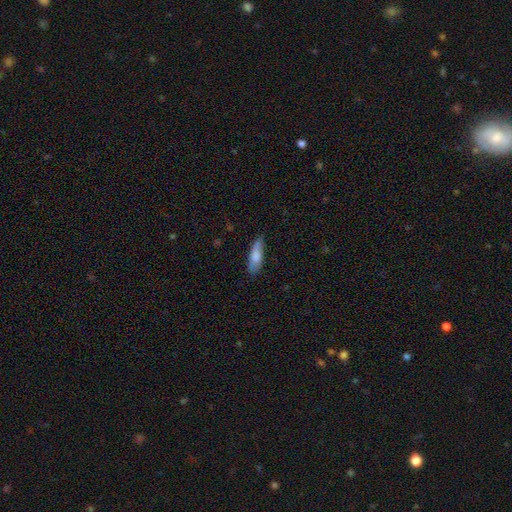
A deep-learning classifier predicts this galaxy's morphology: smooth_or_featured: smooth (p=0.78) [alt: featured or disk p=0.16]
how_rounded: cigar-shaped (p=0.51) [alt: in between p=0.47]
merging: none (p=0.76) [alt: minor disturbance p=0.19]